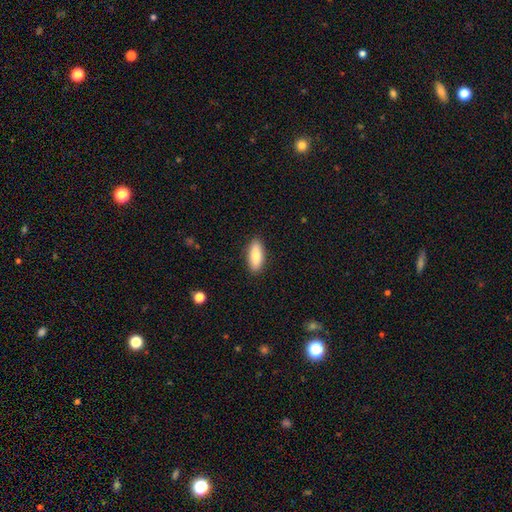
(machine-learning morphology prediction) type=smooth (81%); roundness=in between (72%); merging=none (89%).